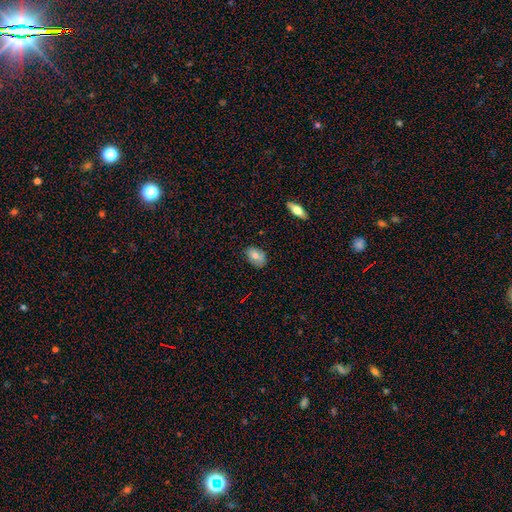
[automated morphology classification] This is likely a smooth galaxy (68%). How rounded: clearly in between (85%). Merging: likely none (72%).